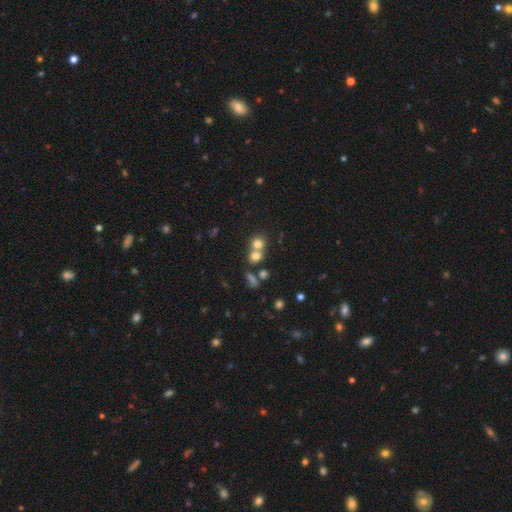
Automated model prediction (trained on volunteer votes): This is likely a smooth galaxy (72%). How rounded: likely round (78%). Merging: possibly merger (49%).